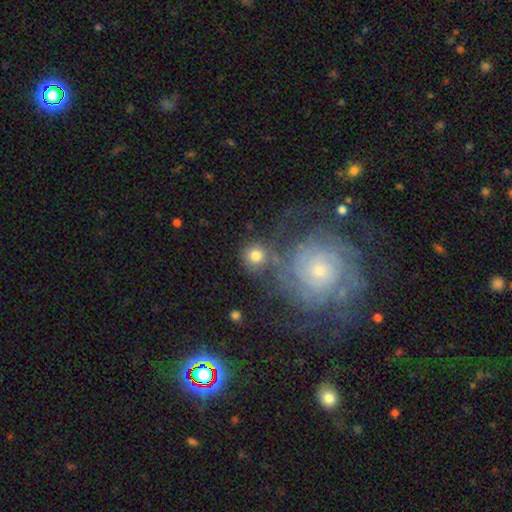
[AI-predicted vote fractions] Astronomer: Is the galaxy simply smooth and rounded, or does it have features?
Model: smooth — 67%.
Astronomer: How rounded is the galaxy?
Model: round — 91%.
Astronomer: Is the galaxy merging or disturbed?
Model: none — 63%.